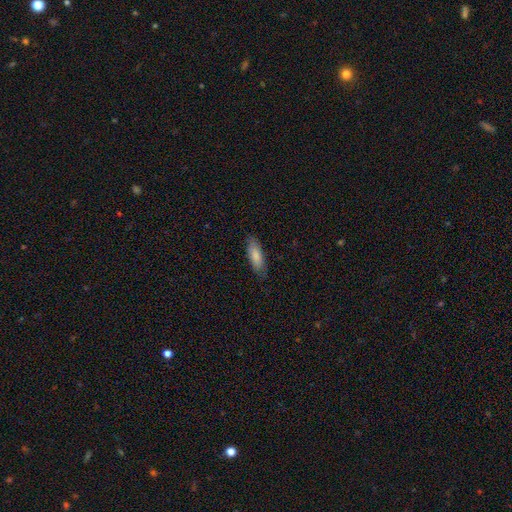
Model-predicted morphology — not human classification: A smooth galaxy with no disk features (82%) that is in between round and cigar-shaped (59%).

Vote fractions:
- Smooth or featured? smooth: 82% / featured or disk: 13% / star or artifact: 6%
- How rounded? in between: 59% / cigar-shaped: 40% / round: 2%
- Merging? none: 81% / minor disturbance: 15% / major disturbance: 3% / merger: 1%